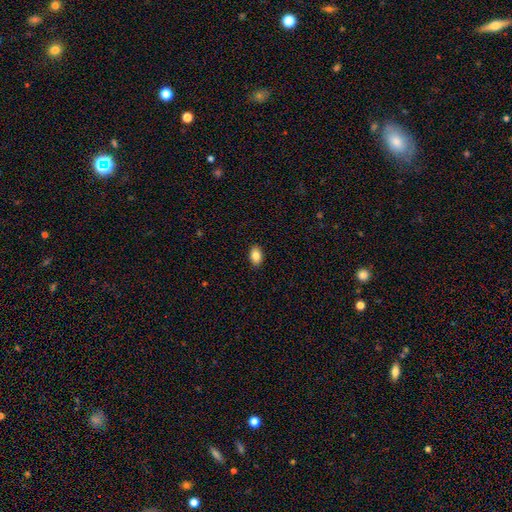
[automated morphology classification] Smooth or featured: smooth — 86% (star or artifact — 8%)
How rounded: in between — 87% (round — 12%)
Merging: none — 90% (minor disturbance — 7%)